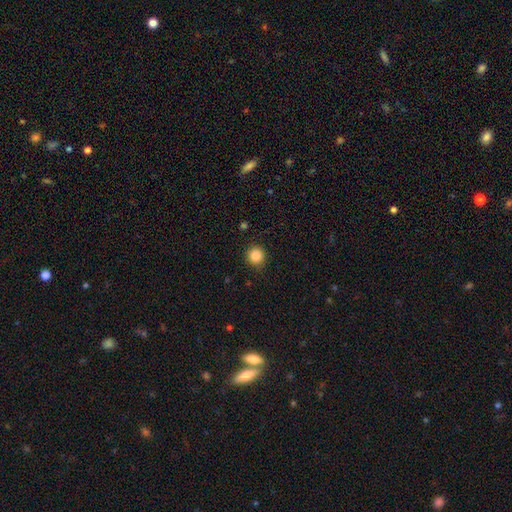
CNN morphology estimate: A smooth galaxy with no disk features (84%) that is round (93%).

Vote fractions:
- Smooth or featured? smooth: 84% / star or artifact: 11% / featured or disk: 5%
- How rounded? round: 93% / in between: 6% / cigar-shaped: 1%
- Merging? none: 90% / minor disturbance: 7% / major disturbance: 2% / merger: 1%